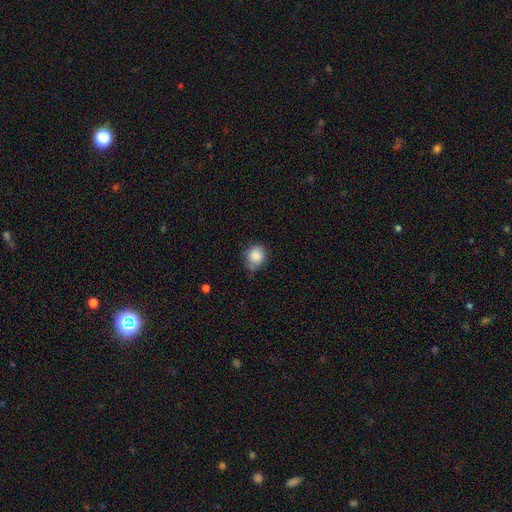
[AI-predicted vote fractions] smooth_or_featured: smooth (p=0.86) [alt: star or artifact p=0.08]
how_rounded: round (p=0.71) [alt: in between p=0.29]
merging: none (p=0.58) [alt: minor disturbance p=0.33]